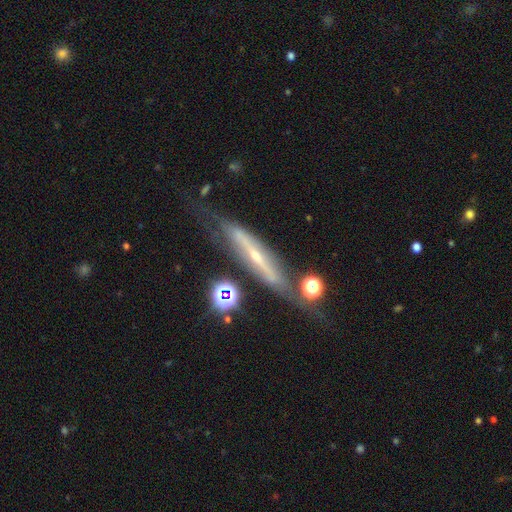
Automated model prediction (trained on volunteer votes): A featured or disk galaxy (76%) viewed edge-on (70%) with a rounded central bulge (66%).

Vote fractions:
- Smooth or featured? featured or disk: 76% / smooth: 15% / star or artifact: 9%
- Edge-on disk? yes: 70% / no: 30%
- Edge-on bulge? rounded: 66% / none: 29% / boxy: 5%
- Merging? none: 60% / minor disturbance: 23% / major disturbance: 12% / merger: 5%